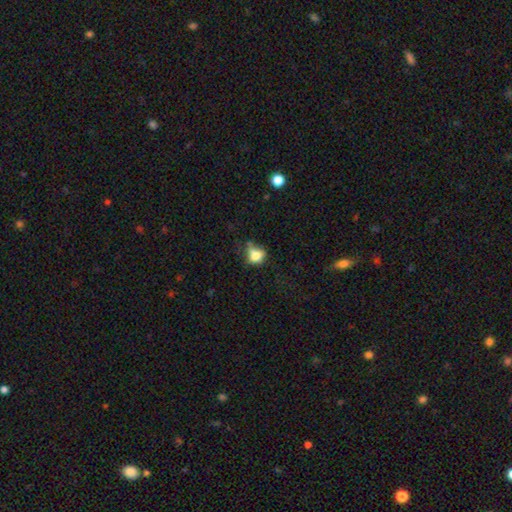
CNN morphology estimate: smooth 74%, featured or disk 14%, star or artifact 12%. Down the decision tree: how rounded — round (53%); merging — none (38%).